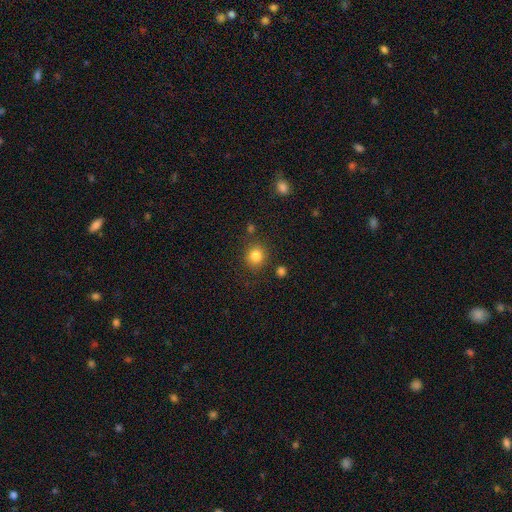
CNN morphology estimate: type=smooth (83%); roundness=round (82%); merging=none (81%).